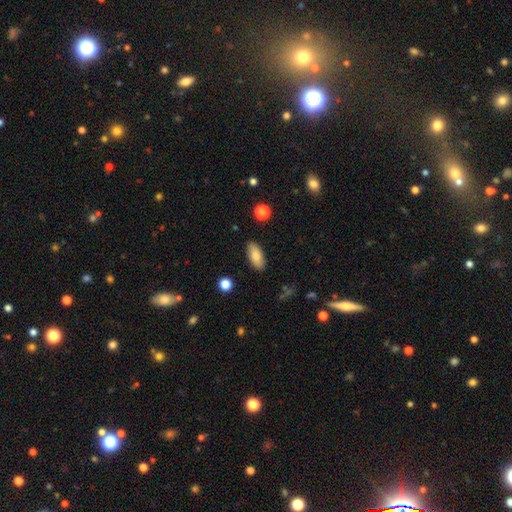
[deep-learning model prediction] A smooth galaxy with no disk features (83%) that is in between round and cigar-shaped (84%). Merging: none (88%).